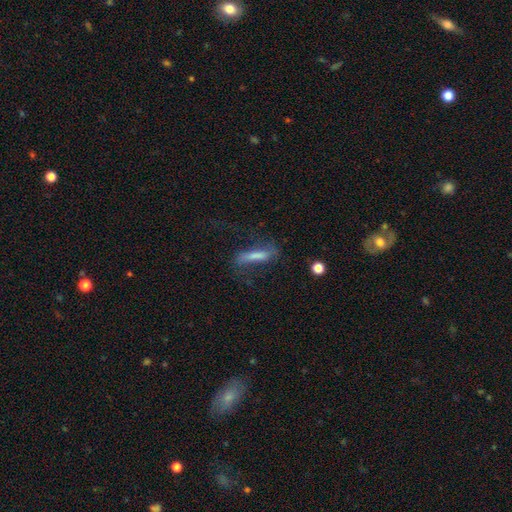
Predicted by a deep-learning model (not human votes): Smooth or featured: smooth — 49% (featured or disk — 40%)
Merging: none — 60% (minor disturbance — 20%)